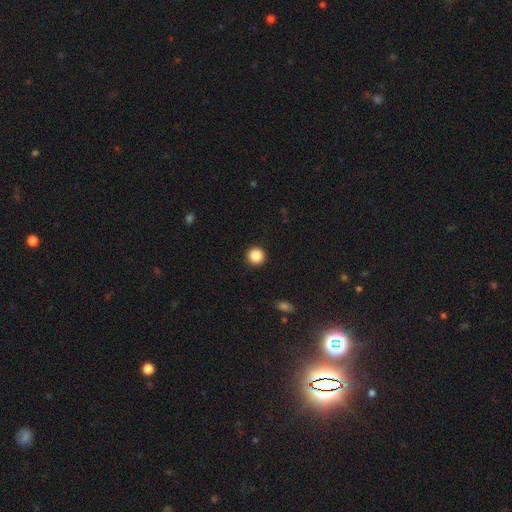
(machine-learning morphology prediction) Smooth or featured?
  - smooth: 88% *
  - star or artifact: 10%
  - featured or disk: 3%
How rounded?
  - round: 96% *
  - in between: 3%
  - cigar-shaped: 1%
Merging?
  - none: 93% *
  - minor disturbance: 4%
  - major disturbance: 2%
  - merger: 1%